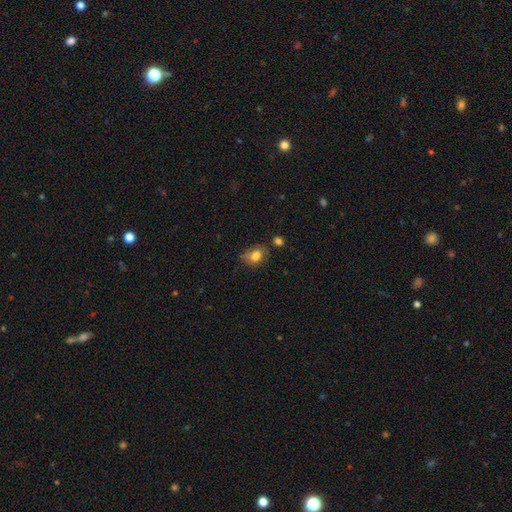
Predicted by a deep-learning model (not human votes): The model was most divided on "how rounded": in between: 55%, round: 44%, cigar-shaped: 1%. More confident: smooth or featured — smooth (77%); merging — none (54%).